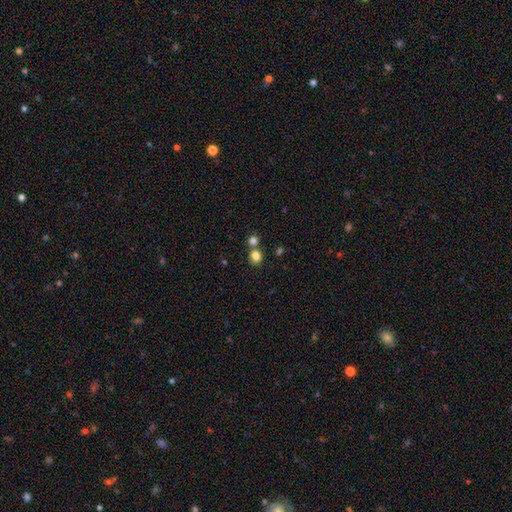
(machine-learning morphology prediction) smooth_or_featured: smooth (p=0.81) [alt: star or artifact p=0.12]
how_rounded: round (p=0.70) [alt: in between p=0.29]
merging: none (p=0.61) [alt: merger p=0.27]